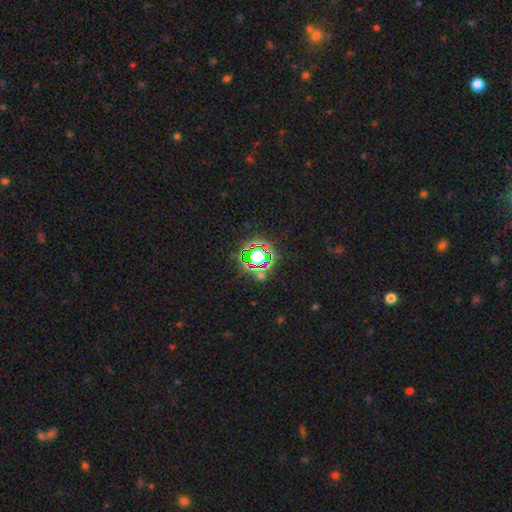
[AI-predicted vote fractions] This appears to be a star or artifact, not a galaxy (71%).